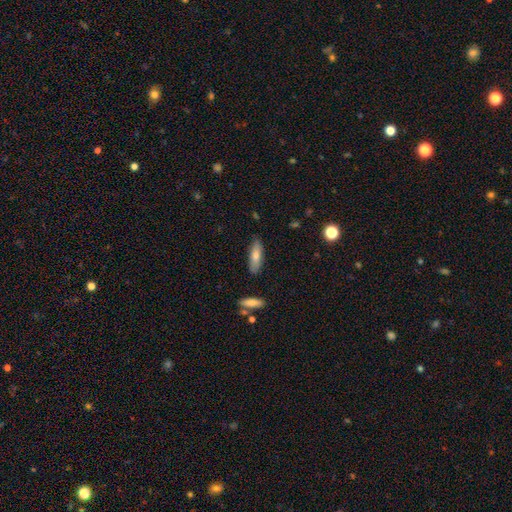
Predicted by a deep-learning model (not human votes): smooth 71%, featured or disk 22%, star or artifact 7%. Down the decision tree: how rounded — in between (50%); merging — none (83%).